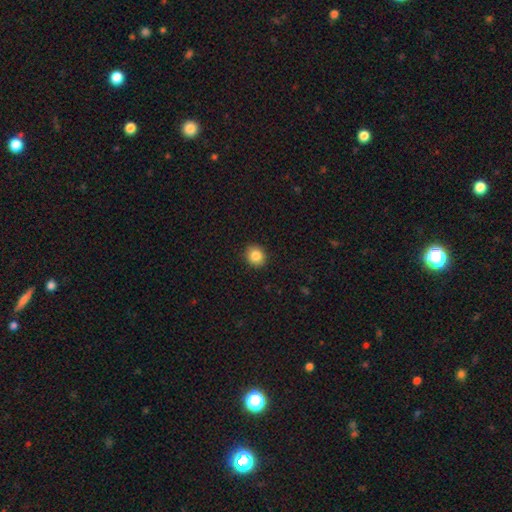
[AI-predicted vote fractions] smooth-or-featured: smooth: 86% | star or artifact: 9% | featured or disk: 5%
  how-rounded: round: 79% | in between: 20% | cigar-shaped: 1%
  merging: none: 92% | minor disturbance: 6% | major disturbance: 2% | merger: 1%